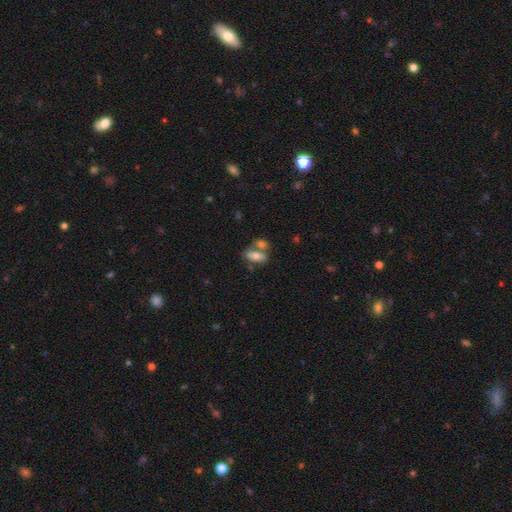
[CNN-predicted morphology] smooth_or_featured: smooth (p=0.72) [alt: featured or disk p=0.20]
how_rounded: in between (p=0.81) [alt: cigar-shaped p=0.14]
merging: none (p=0.47) [alt: merger p=0.38]